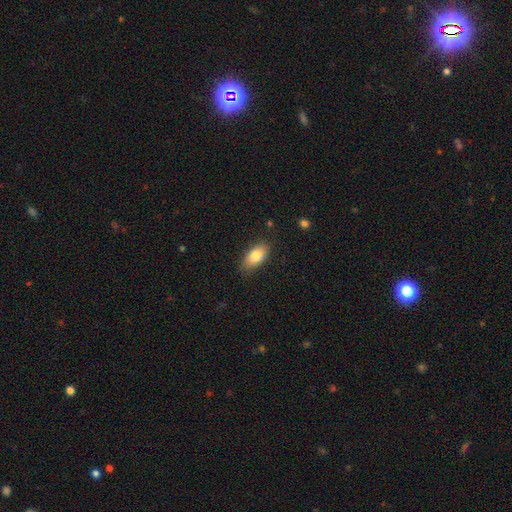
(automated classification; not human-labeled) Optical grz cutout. It shows a smooth galaxy with no disk features (82%) that is in between round and cigar-shaped (89%). Merging: none (82%).